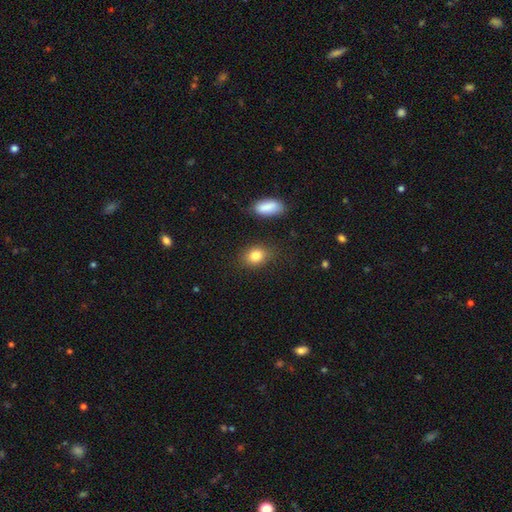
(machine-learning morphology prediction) A smooth galaxy with no disk features (83%) that is in between round and cigar-shaped (60%). Merging: none (81%).